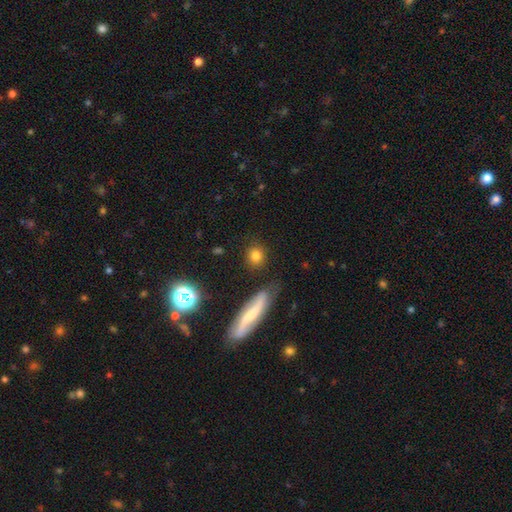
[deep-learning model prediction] This appears to be a smooth galaxy with no disk features (79%) that is round (76%). Merging: none (81%).